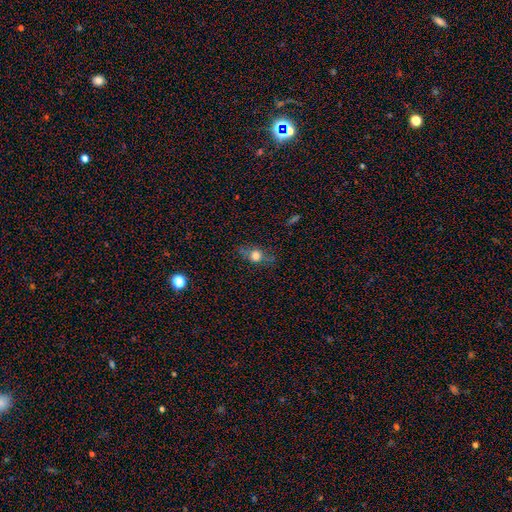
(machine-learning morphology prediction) This appears to be a smooth galaxy with no disk features (63%) that is round (51%). Merging: none (73%).